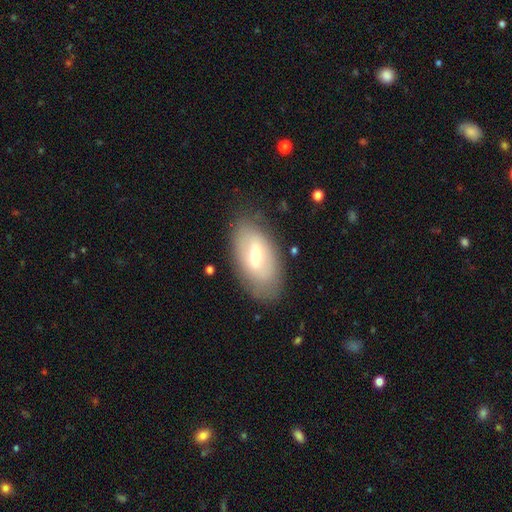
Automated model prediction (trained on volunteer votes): This appears to be a smooth galaxy with no disk features (47%). Merging: none (79%).